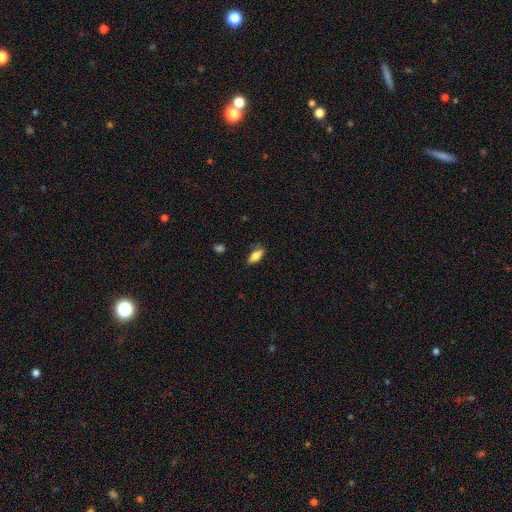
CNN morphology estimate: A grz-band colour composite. It shows a smooth galaxy with no disk features (73%) that is in between round and cigar-shaped (76%). Merging: none (84%).